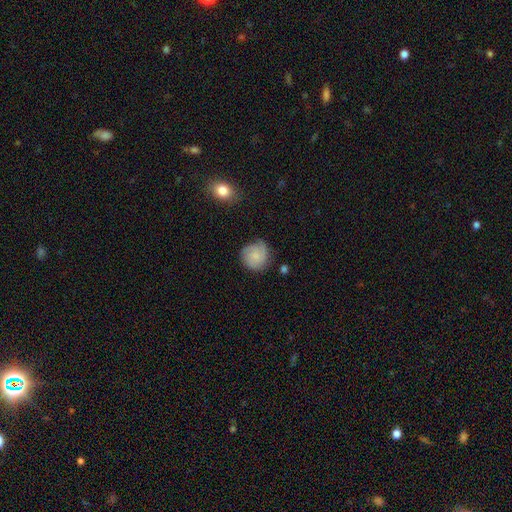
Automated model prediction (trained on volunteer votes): The model was most divided on "smooth or featured": smooth: 60%, featured or disk: 32%, star or artifact: 8%. More confident: how rounded — round (88%); merging — none (66%).